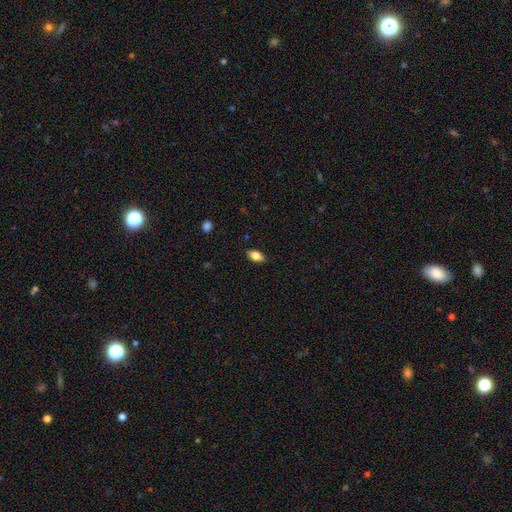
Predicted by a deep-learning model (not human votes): The model was most divided on "smooth or featured": smooth: 82%, featured or disk: 10%, star or artifact: 8%. More confident: how rounded — in between (90%); merging — none (87%).